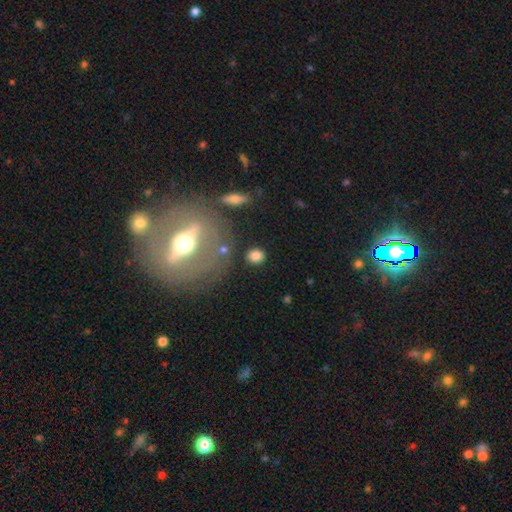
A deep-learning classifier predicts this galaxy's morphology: Q: Smooth or featured?
A: smooth (82%); runner-up: star or artifact (9%)
Q: How rounded?
A: round (76%); runner-up: in between (22%)
Q: Merging?
A: none (82%); runner-up: minor disturbance (9%)